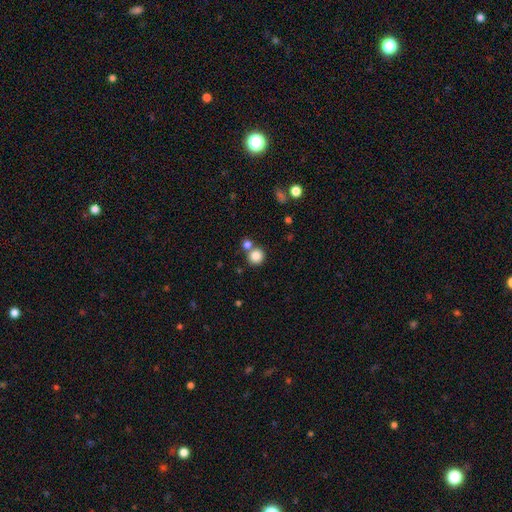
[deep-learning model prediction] This is clearly a smooth galaxy (84%). How rounded: clearly round (91%). Merging: likely none (67%).